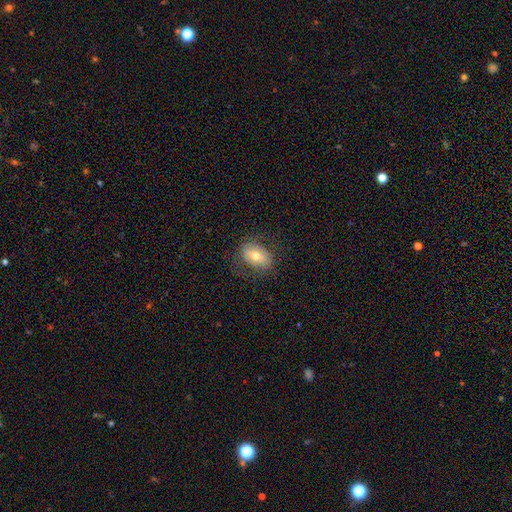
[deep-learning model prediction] Morphology: type=smooth (67%); roundness=in between (82%); merging=none (78%).